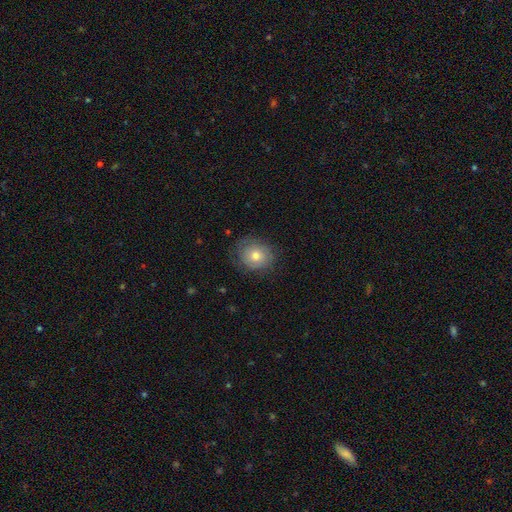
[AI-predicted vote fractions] Smooth or featured? smooth (65%)
How rounded? round (77%)
Merging? none (73%)